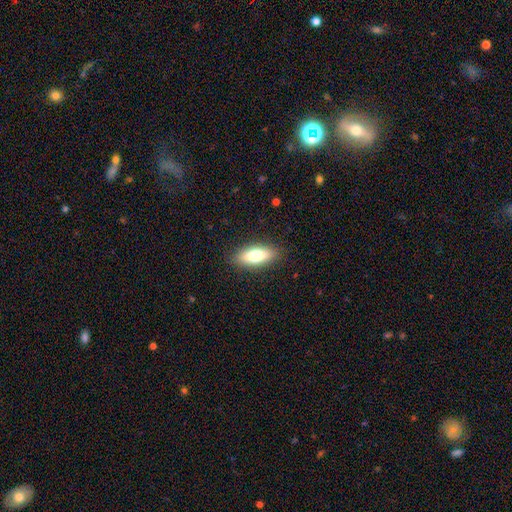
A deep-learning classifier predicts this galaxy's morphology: The model was most divided on "how rounded": in between: 72%, cigar-shaped: 26%, round: 3%. More confident: merging — none (88%); smooth or featured — smooth (72%).